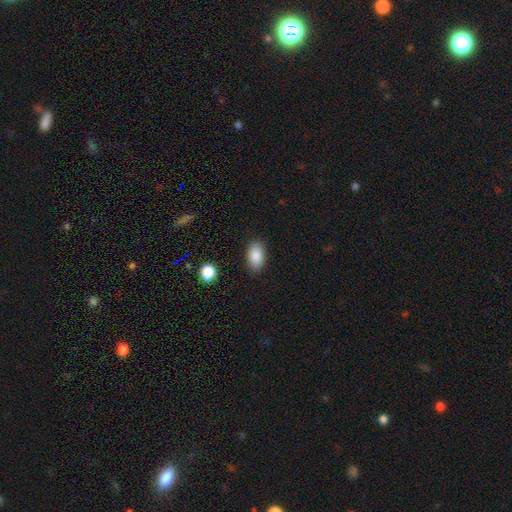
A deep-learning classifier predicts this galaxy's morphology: Smooth or featured? Predicted: smooth (p=0.88). How rounded? Predicted: in between (p=0.91). Merging? Predicted: none (p=0.86).